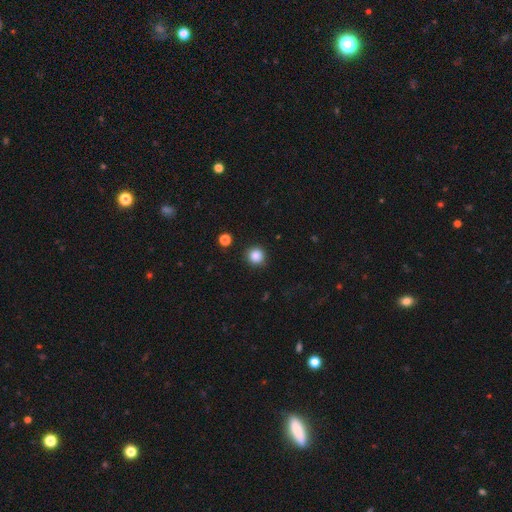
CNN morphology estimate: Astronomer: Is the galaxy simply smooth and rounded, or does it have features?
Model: smooth — 86%.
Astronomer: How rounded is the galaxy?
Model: round — 94%.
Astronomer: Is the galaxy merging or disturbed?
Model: none — 89%.